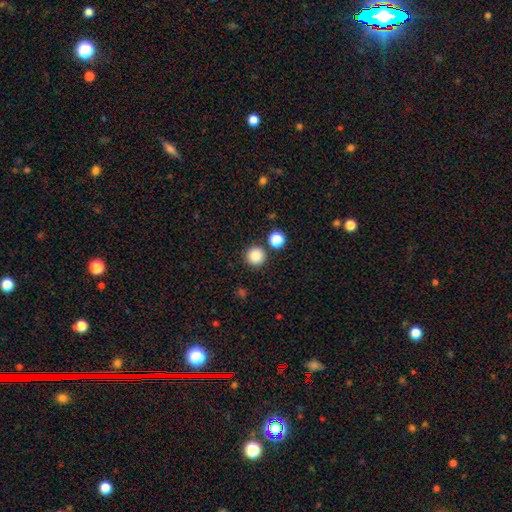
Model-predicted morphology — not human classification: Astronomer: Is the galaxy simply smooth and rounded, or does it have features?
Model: smooth — 86%.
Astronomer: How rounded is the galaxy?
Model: round — 96%.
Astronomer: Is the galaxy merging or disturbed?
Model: none — 87%.